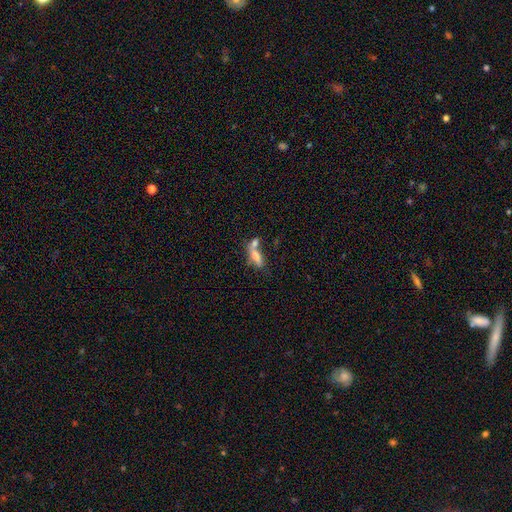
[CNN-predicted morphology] Smooth or featured? smooth (63%)
How rounded? in between (55%)
Merging? merger (49%)